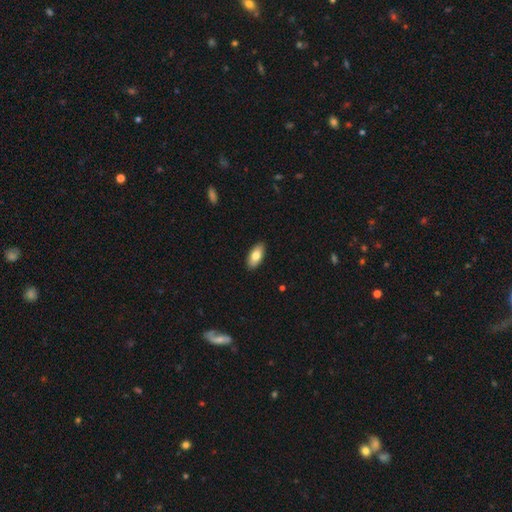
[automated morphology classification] The model was most divided on "smooth or featured": smooth: 78%, featured or disk: 16%, star or artifact: 6%. More confident: how rounded — in between (92%); merging — none (90%).